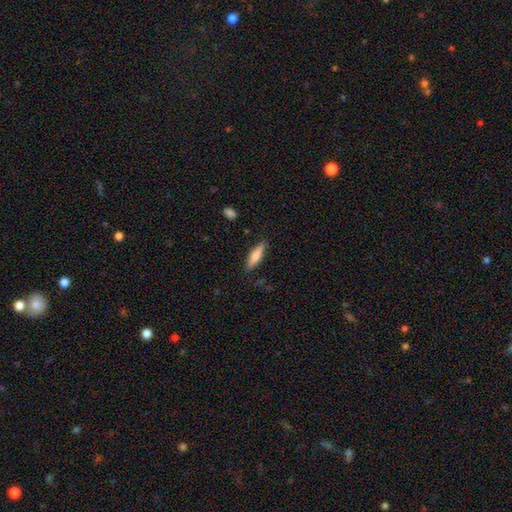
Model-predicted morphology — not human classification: Smooth or featured?
  - smooth: 74% *
  - featured or disk: 20%
  - star or artifact: 6%
How rounded?
  - cigar-shaped: 68% *
  - in between: 30%
  - round: 2%
Merging?
  - none: 83% *
  - minor disturbance: 12%
  - major disturbance: 3%
  - merger: 1%